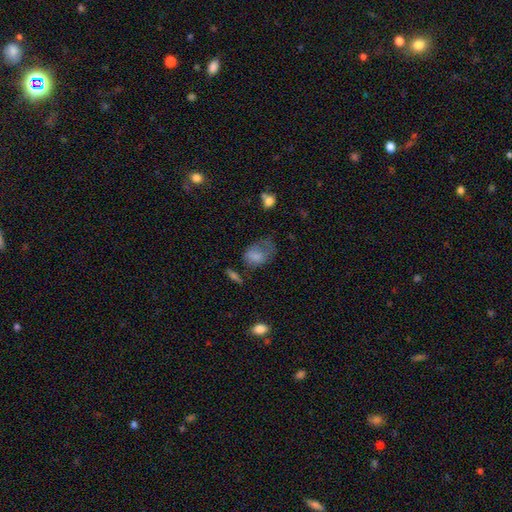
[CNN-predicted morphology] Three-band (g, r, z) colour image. It shows a smooth galaxy with no disk features (73%) that is in between round and cigar-shaped (73%). Merging: major disturbance (39%).